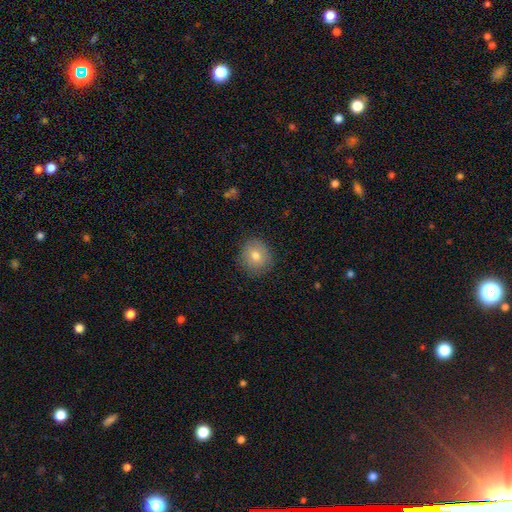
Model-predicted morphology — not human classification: smooth_or_featured: smooth (p=0.77) [alt: featured or disk p=0.13]
how_rounded: round (p=0.85) [alt: in between p=0.14]
merging: none (p=0.87) [alt: minor disturbance p=0.10]